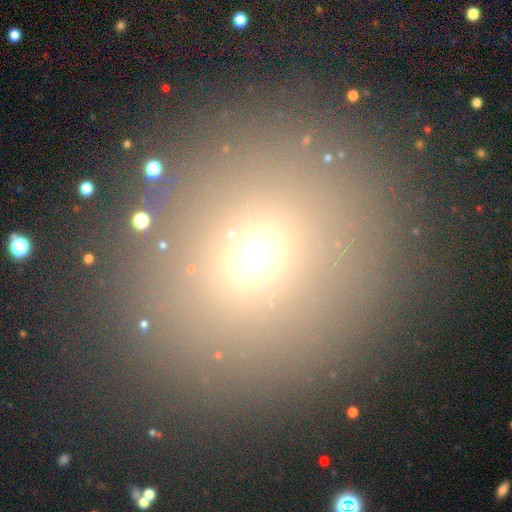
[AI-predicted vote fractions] This appears to be a smooth galaxy with no disk features (63%) that is round (78%). Merging: none (84%).